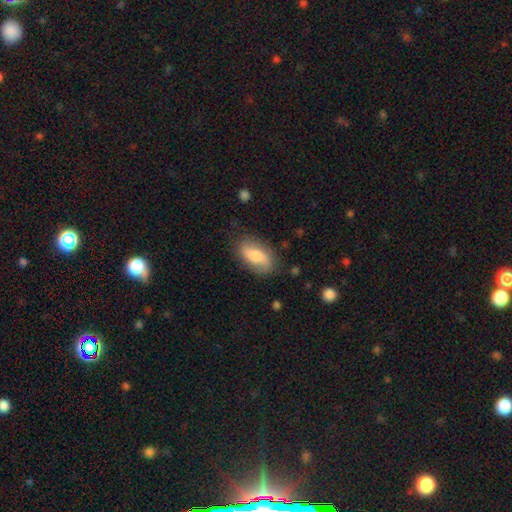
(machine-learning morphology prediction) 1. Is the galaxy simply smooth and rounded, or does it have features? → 62% smooth, 31% featured or disk, 7% star or artifact.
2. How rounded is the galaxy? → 89% in between, 6% cigar-shaped, 5% round.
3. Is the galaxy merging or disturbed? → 77% none, 17% minor disturbance, 5% major disturbance, 2% merger.